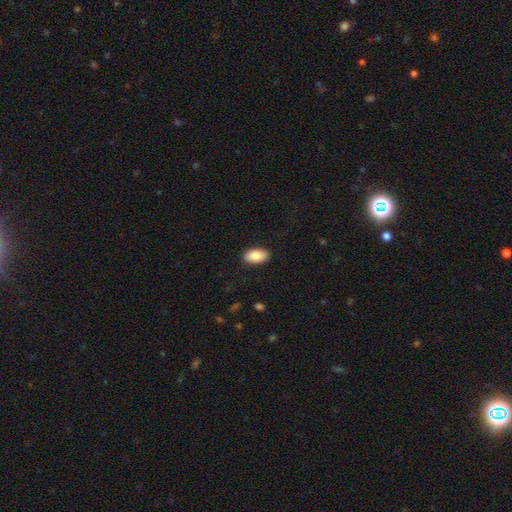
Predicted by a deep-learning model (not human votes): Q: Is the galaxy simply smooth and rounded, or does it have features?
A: smooth — 86%.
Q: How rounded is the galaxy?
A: in between — 94%.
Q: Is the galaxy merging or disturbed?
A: none — 89%.